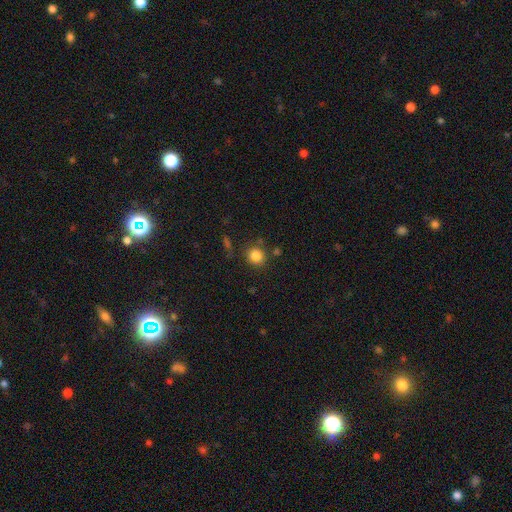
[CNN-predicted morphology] A smooth galaxy with no disk features (83%) that is round (86%).

Vote fractions:
- Smooth or featured? smooth: 83% / star or artifact: 11% / featured or disk: 5%
- How rounded? round: 86% / in between: 13% / cigar-shaped: 1%
- Merging? none: 81% / minor disturbance: 10% / merger: 5% / major disturbance: 4%